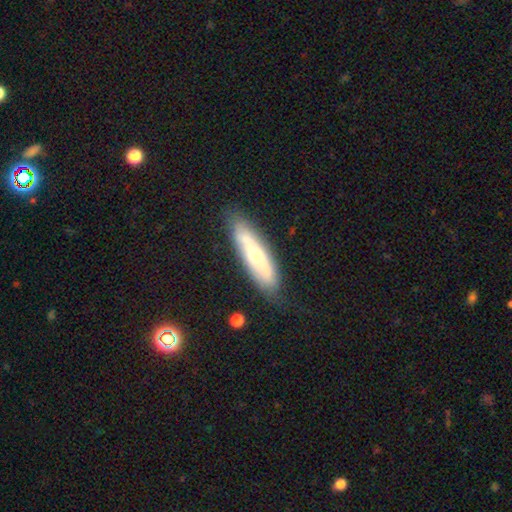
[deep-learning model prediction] This is possibly a featured or disk galaxy (49%). Merging: clearly none (81%).